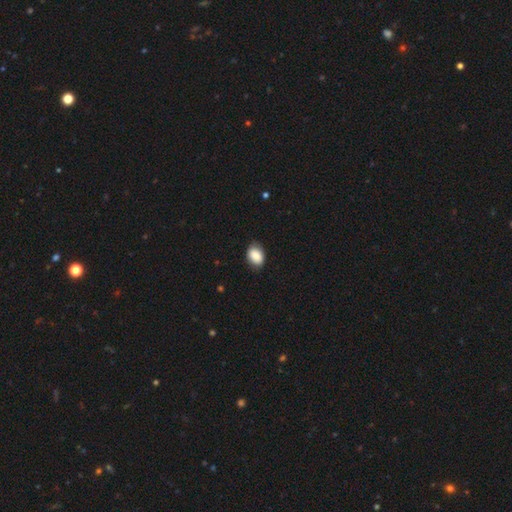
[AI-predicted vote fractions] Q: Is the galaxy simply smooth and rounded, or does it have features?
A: smooth — 85%.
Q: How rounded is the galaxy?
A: in between — 80%.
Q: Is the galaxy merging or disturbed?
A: none — 80%.